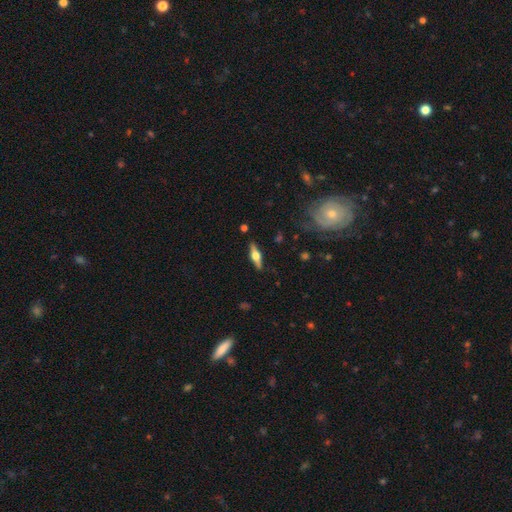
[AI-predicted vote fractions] smooth_or_featured: featured or disk (p=0.69) [alt: smooth p=0.25]
disk_edge_on: yes (p=0.96) [alt: no p=0.04]
edge_on_bulge: rounded (p=0.94) [alt: boxy p=0.04]
merging: none (p=0.89) [alt: minor disturbance p=0.08]